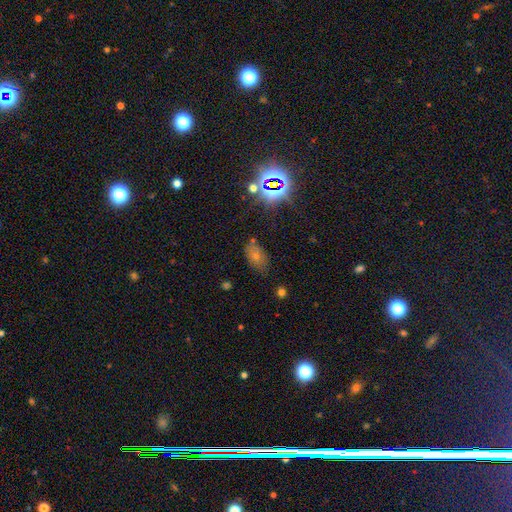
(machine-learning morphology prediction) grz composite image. It shows a smooth galaxy with no disk features (47%). Merging: none (75%).